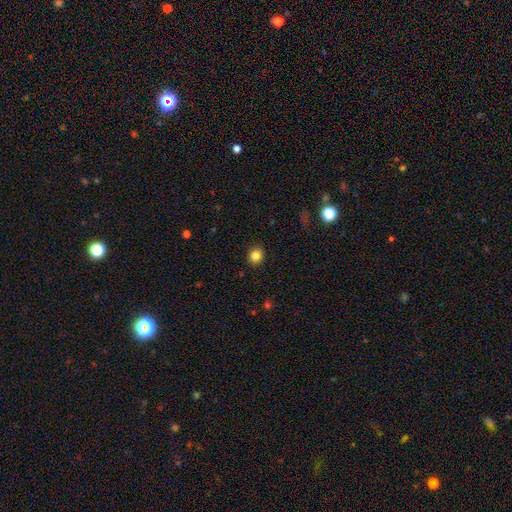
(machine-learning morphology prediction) Q: Smooth or featured?
A: smooth (83%); runner-up: star or artifact (11%)
Q: How rounded?
A: round (75%); runner-up: in between (24%)
Q: Merging?
A: none (91%); runner-up: minor disturbance (7%)